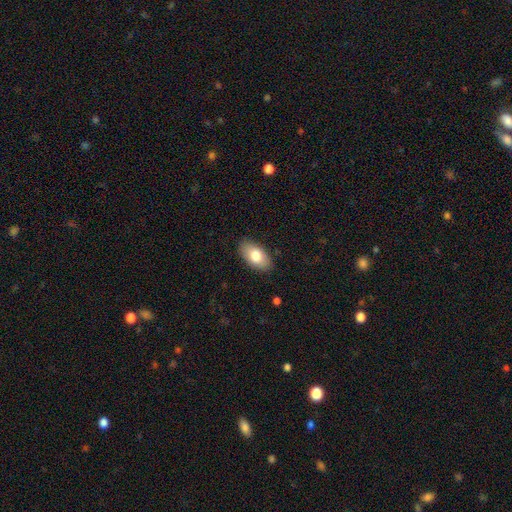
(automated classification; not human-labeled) A smooth galaxy with no disk features (79%) that is in between round and cigar-shaped (94%).

Vote fractions:
- Smooth or featured? smooth: 79% / featured or disk: 15% / star or artifact: 6%
- How rounded? in between: 94% / round: 4% / cigar-shaped: 2%
- Merging? none: 87% / minor disturbance: 10% / major disturbance: 2% / merger: 1%